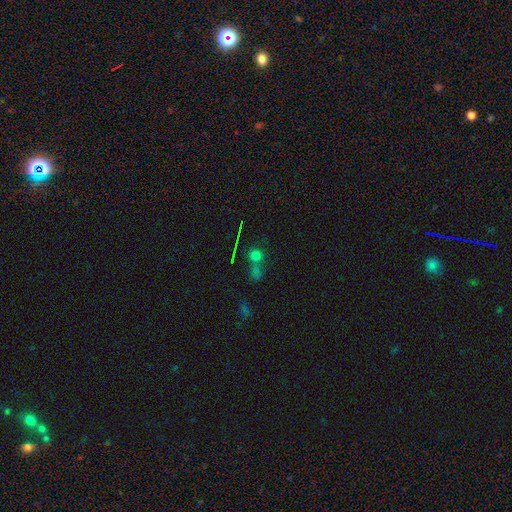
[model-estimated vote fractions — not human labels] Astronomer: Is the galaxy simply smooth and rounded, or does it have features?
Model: smooth — 54% (runner-up: star or artifact, 36%).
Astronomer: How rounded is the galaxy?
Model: round — 85%.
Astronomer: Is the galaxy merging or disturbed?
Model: none — 54% (runner-up: merger, 31%).